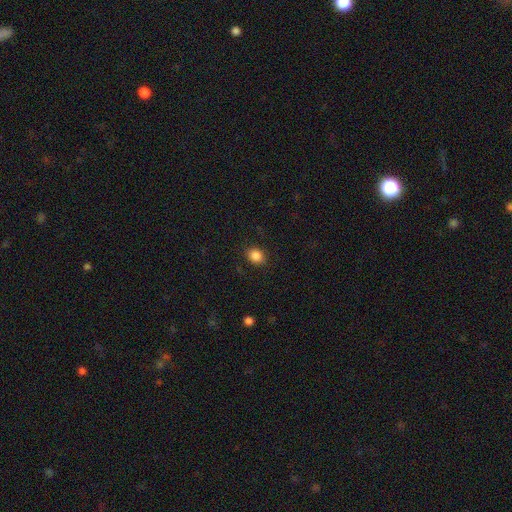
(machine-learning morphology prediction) Smooth or featured: smooth — 86% (star or artifact — 10%)
How rounded: round — 64% (in between — 35%)
Merging: none — 89% (minor disturbance — 8%)